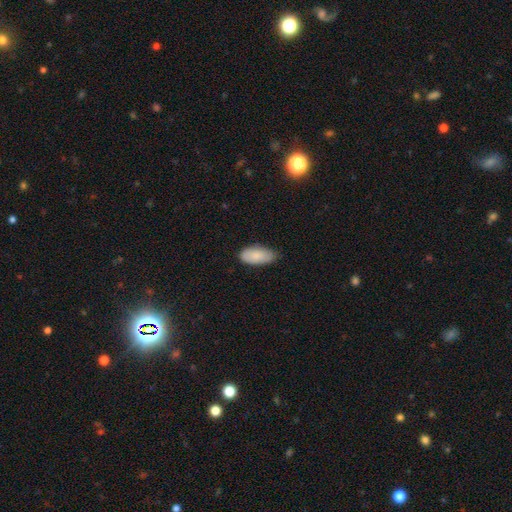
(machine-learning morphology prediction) Smooth or featured? Predicted: smooth (p=0.86). How rounded? Predicted: in between (p=0.93). Merging? Predicted: none (p=0.69).